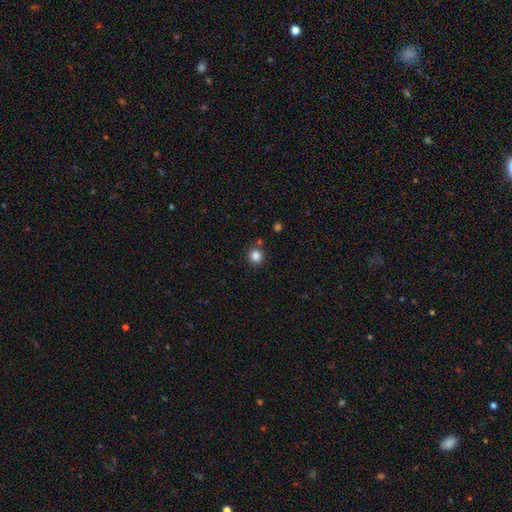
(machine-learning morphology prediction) smooth-or-featured: smooth: 85% | star or artifact: 11% | featured or disk: 4%
  how-rounded: round: 91% | in between: 8% | cigar-shaped: 1%
  merging: none: 83% | minor disturbance: 8% | merger: 6% | major disturbance: 3%